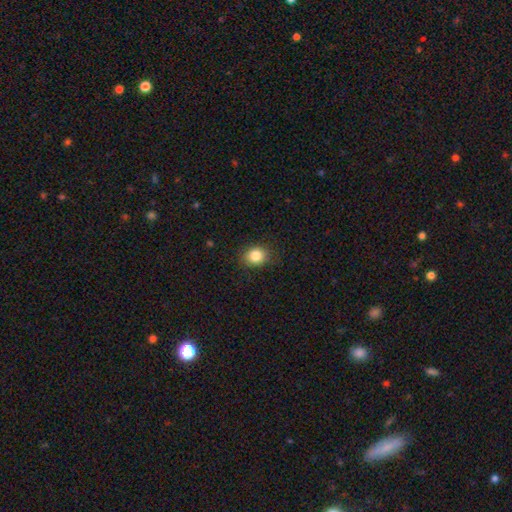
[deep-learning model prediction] Q: Smooth or featured?
A: smooth (84%); runner-up: star or artifact (10%)
Q: How rounded?
A: round (64%); runner-up: in between (35%)
Q: Merging?
A: none (85%); runner-up: minor disturbance (11%)